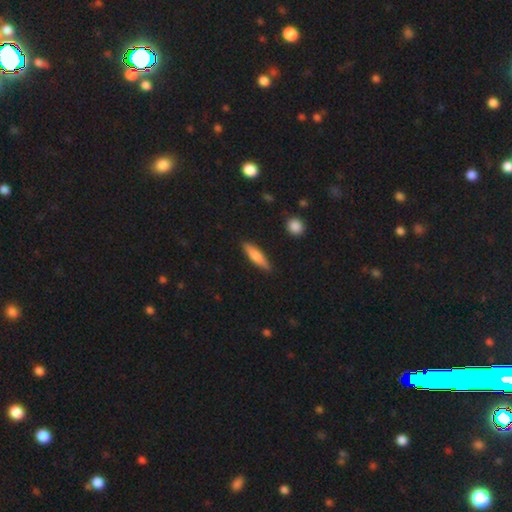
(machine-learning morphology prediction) Smooth or featured?
  - smooth: 66% *
  - featured or disk: 29%
  - star or artifact: 6%
How rounded?
  - cigar-shaped: 74% *
  - in between: 24%
  - round: 2%
Merging?
  - none: 87% *
  - minor disturbance: 9%
  - major disturbance: 2%
  - merger: 1%